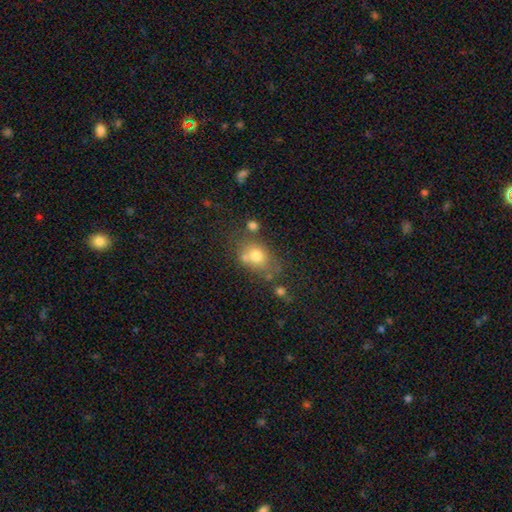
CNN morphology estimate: Q: Smooth or featured?
A: smooth (71%); runner-up: featured or disk (16%)
Q: How rounded?
A: in between (53%); runner-up: round (45%)
Q: Merging?
A: none (48%); runner-up: merger (24%)